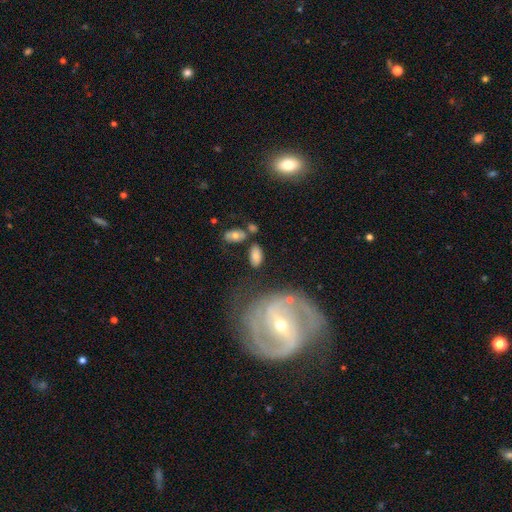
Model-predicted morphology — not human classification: smooth-or-featured: smooth: 76% | featured or disk: 17% | star or artifact: 8%
  how-rounded: in between: 91% | cigar-shaped: 4% | round: 4%
  merging: none: 69% | minor disturbance: 15% | merger: 10% | major disturbance: 6%